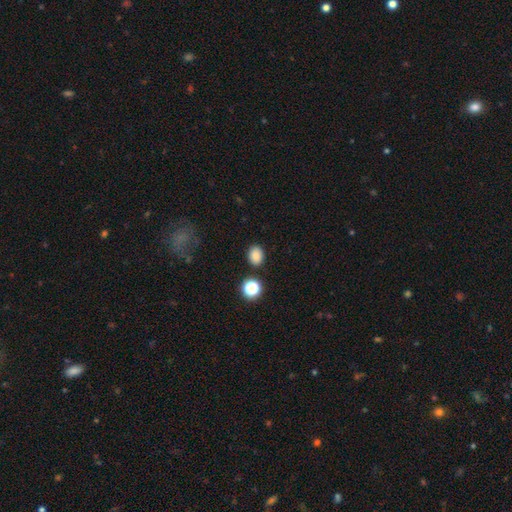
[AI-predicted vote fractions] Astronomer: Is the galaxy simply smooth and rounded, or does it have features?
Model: smooth — 84%.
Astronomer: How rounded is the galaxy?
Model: in between — 57% (runner-up: round, 42%).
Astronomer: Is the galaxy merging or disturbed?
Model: none — 85%.